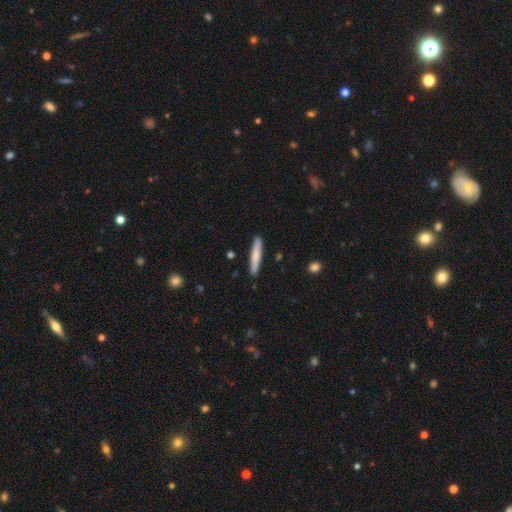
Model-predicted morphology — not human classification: The model was most divided on "smooth or featured": smooth: 75%, featured or disk: 20%, star or artifact: 5%. More confident: how rounded — cigar-shaped (93%); merging — none (90%).